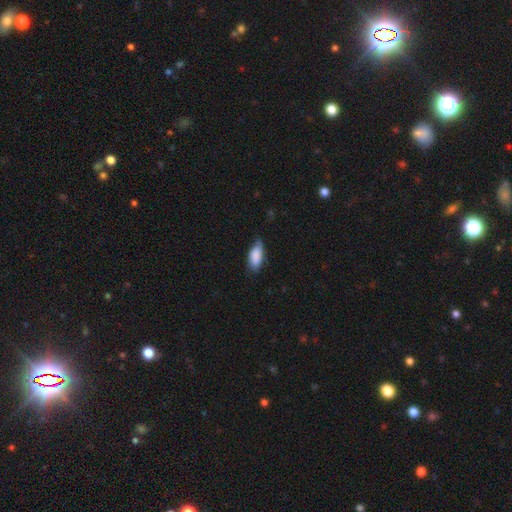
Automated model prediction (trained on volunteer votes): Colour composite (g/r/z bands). It shows a smooth galaxy with no disk features (85%) that is in between round and cigar-shaped (87%). Merging: none (60%).